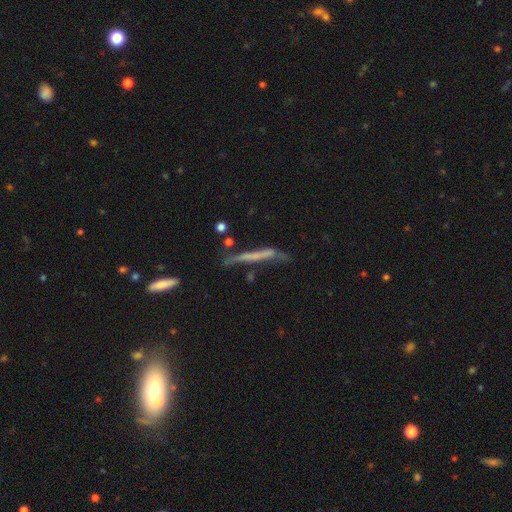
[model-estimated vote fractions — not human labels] smooth-or-featured: featured or disk: 50% | smooth: 40% | star or artifact: 10%
  merging: none: 53% | minor disturbance: 26% | major disturbance: 14% | merger: 8%